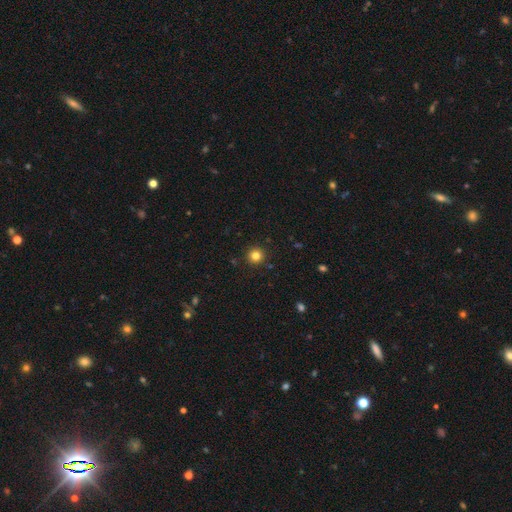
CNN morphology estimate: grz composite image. It shows a smooth galaxy with no disk features (82%) that is round (95%). Merging: none (92%).